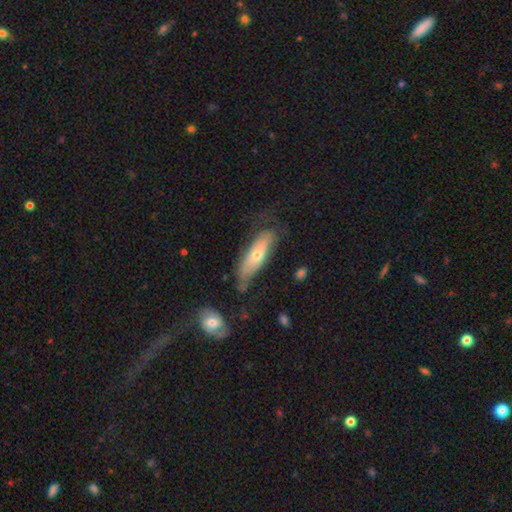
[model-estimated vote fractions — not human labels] Smooth or featured: smooth — 47% (featured or disk — 46%)
Merging: none — 52% (minor disturbance — 29%)